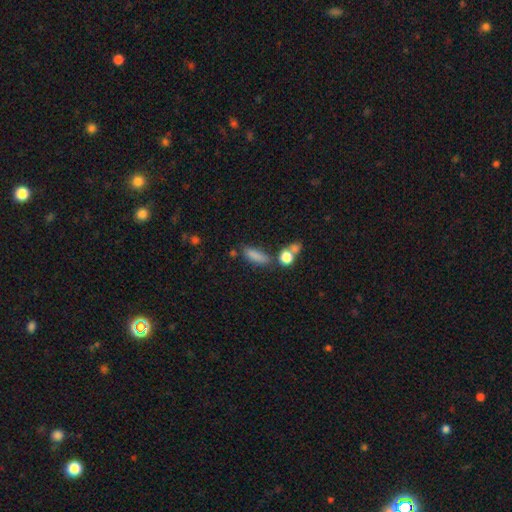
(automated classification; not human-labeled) A smooth galaxy with no disk features (80%) that is in between round and cigar-shaped (49%). Merging: none (63%).